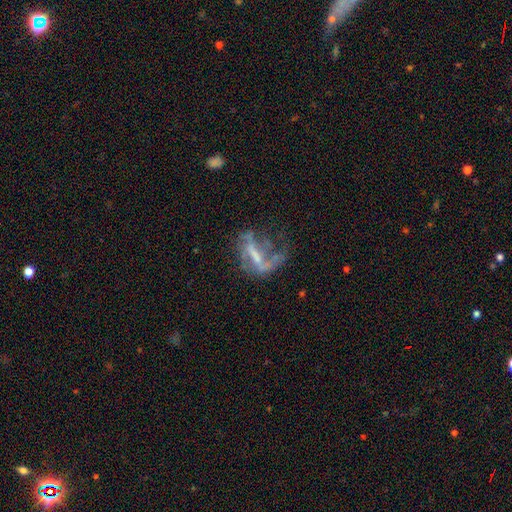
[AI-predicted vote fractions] A featured or disk galaxy (68%) with a strong bar (35%), spiral arms (52%) and no central bulge (40%). Merging: major disturbance (47%).